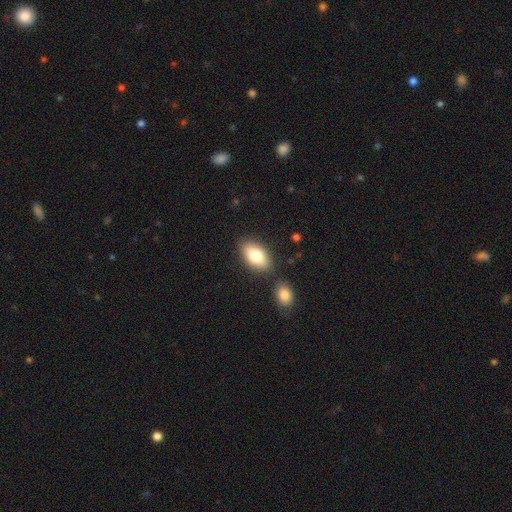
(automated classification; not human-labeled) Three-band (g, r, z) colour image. It shows a smooth galaxy with no disk features (77%) that is in between round and cigar-shaped (91%). Merging: none (78%).